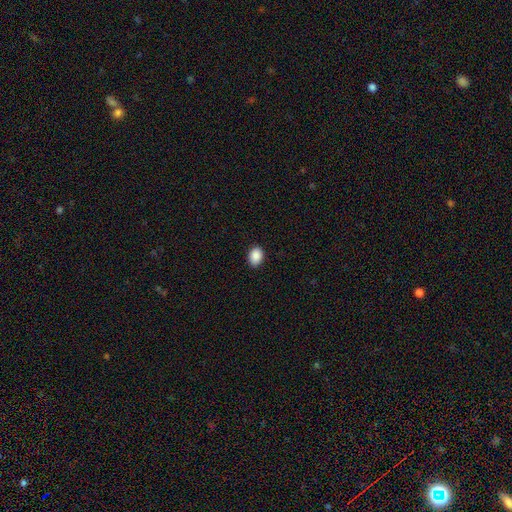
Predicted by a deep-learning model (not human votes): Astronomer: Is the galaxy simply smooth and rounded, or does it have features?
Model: smooth — 90%.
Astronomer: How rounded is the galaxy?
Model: in between — 74%.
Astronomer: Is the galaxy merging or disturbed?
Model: none — 88%.